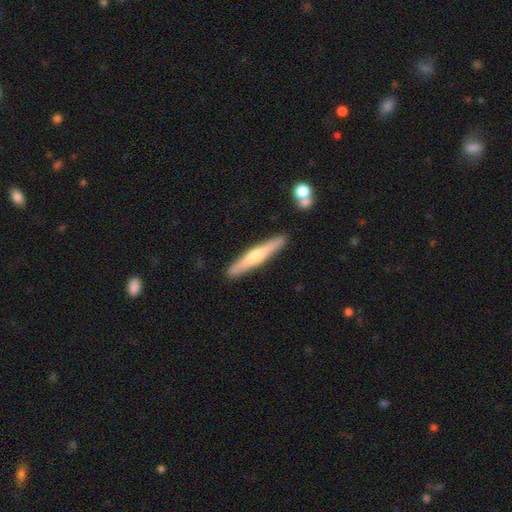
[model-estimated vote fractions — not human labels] Smooth or featured? featured or disk (52%)
Edge-on disk? yes (96%)
Edge-on bulge? rounded (81%)
Merging? none (90%)